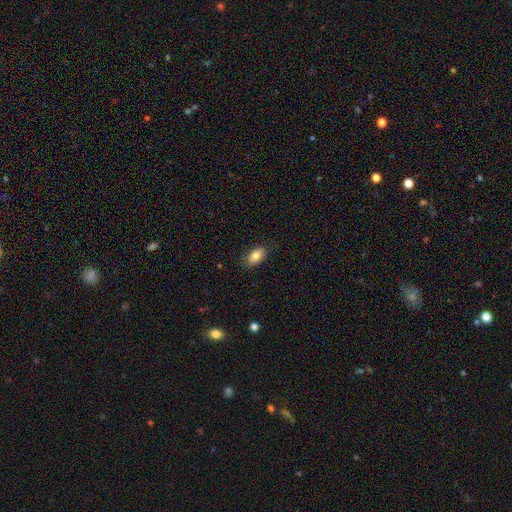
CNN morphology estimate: A smooth galaxy with no disk features (82%) that is in between round and cigar-shaped (92%).

Vote fractions:
- Smooth or featured? smooth: 82% / featured or disk: 11% / star or artifact: 7%
- How rounded? in between: 92% / round: 4% / cigar-shaped: 4%
- Merging? none: 83% / minor disturbance: 13% / major disturbance: 3% / merger: 1%